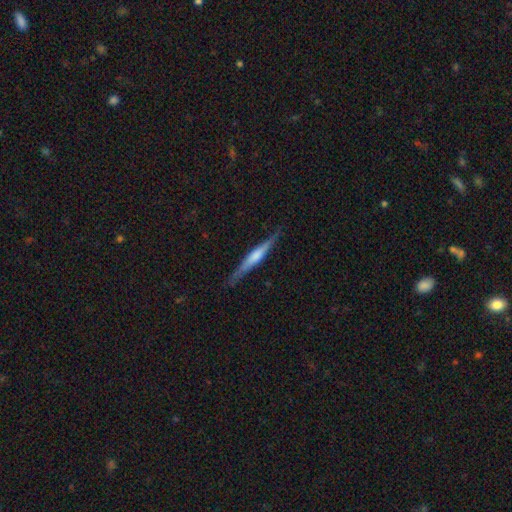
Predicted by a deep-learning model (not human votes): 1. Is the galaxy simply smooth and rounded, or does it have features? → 69% featured or disk, 25% smooth, 6% star or artifact.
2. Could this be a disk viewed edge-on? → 97% yes, 3% no.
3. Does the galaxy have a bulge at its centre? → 57% rounded, 23% boxy, 19% none.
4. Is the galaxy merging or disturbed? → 87% none, 10% minor disturbance, 2% major disturbance, 1% merger.